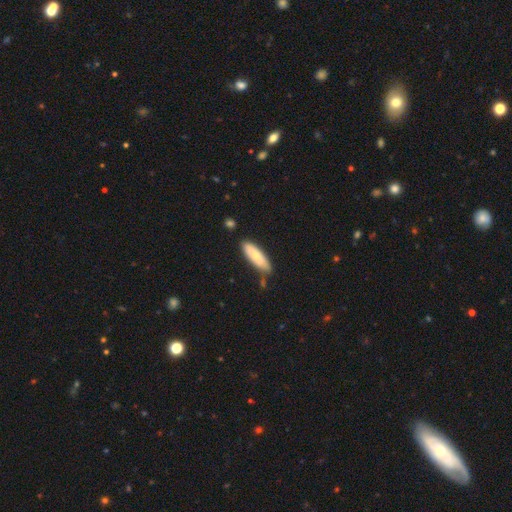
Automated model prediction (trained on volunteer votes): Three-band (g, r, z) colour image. It shows a smooth galaxy with no disk features (72%) that is cigar-shaped (50%). Merging: none (79%).